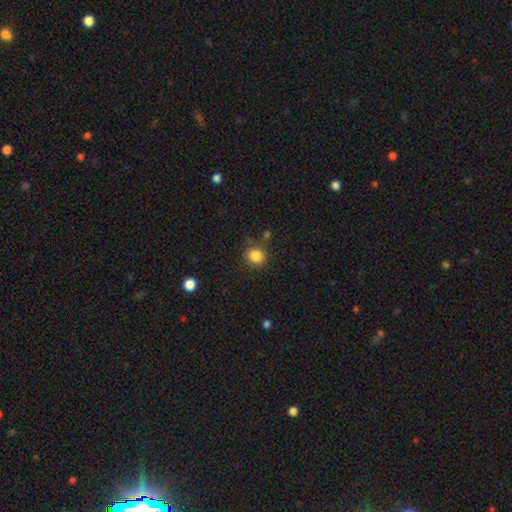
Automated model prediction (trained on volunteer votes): A smooth galaxy with no disk features (85%) that is round (82%).

Vote fractions:
- Smooth or featured? smooth: 85% / star or artifact: 11% / featured or disk: 4%
- How rounded? round: 82% / in between: 17% / cigar-shaped: 1%
- Merging? none: 80% / minor disturbance: 12% / merger: 4% / major disturbance: 4%